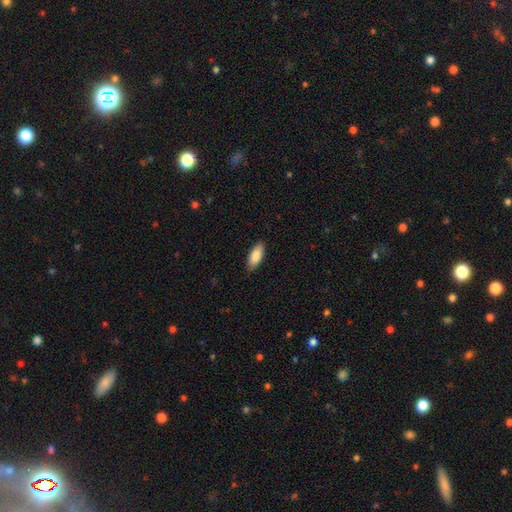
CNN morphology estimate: Overall: smooth (84%). How rounded: in between (82%). Merging: none (85%).